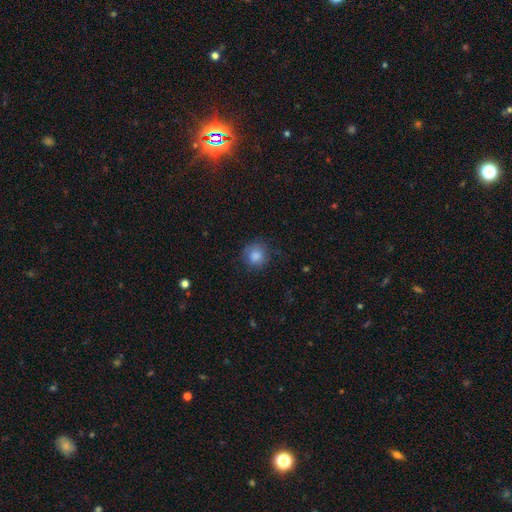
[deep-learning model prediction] smooth-or-featured: smooth: 85% | star or artifact: 9% | featured or disk: 6%
  how-rounded: round: 89% | in between: 10% | cigar-shaped: 1%
  merging: none: 79% | minor disturbance: 15% | major disturbance: 5% | merger: 1%